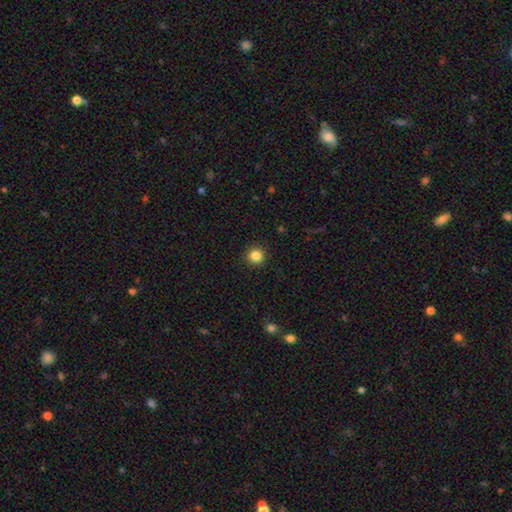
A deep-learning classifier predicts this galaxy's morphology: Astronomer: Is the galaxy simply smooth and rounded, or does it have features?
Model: smooth — 85%.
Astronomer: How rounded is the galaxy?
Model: round — 94%.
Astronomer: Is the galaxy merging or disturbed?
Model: none — 92%.